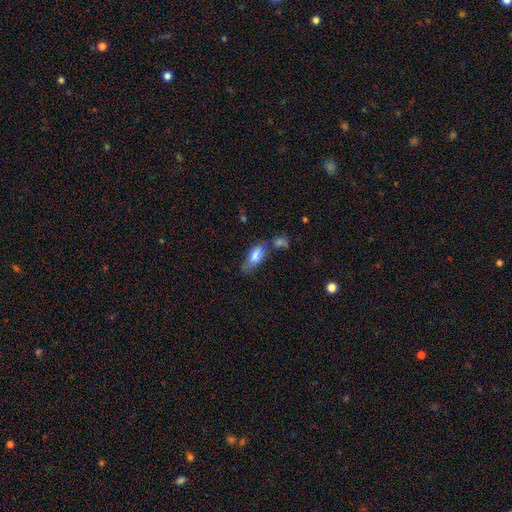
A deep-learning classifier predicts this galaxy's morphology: smooth 70%, featured or disk 21%, star or artifact 9%. Down the decision tree: how rounded — in between (78%); merging — none (40%).